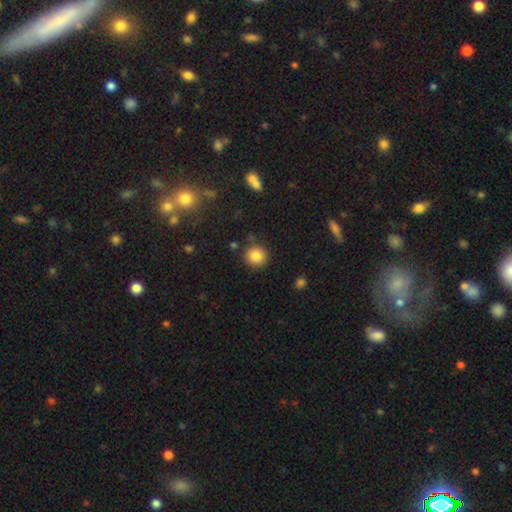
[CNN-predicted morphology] Smooth or featured: smooth — 85% (star or artifact — 10%)
How rounded: round — 91% (in between — 8%)
Merging: none — 86% (minor disturbance — 8%)